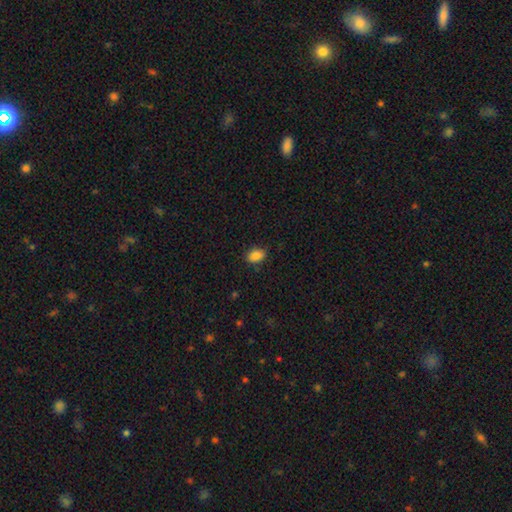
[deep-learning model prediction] Smooth or featured? Predicted: smooth (p=0.87). How rounded? Predicted: in between (p=0.82). Merging? Predicted: none (p=0.84).